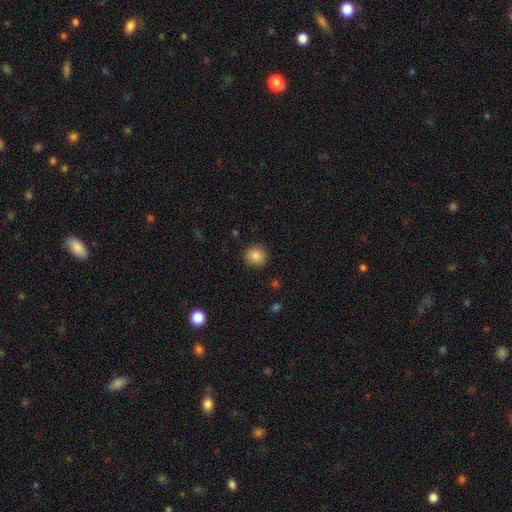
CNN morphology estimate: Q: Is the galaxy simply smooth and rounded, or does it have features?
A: smooth — 86%.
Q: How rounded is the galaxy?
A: round — 93%.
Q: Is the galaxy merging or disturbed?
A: none — 90%.